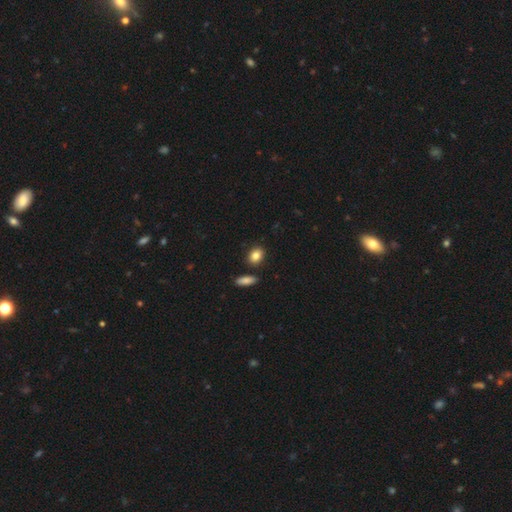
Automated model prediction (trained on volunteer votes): smooth_or_featured: smooth (p=0.84) [alt: star or artifact p=0.08]
how_rounded: in between (p=0.60) [alt: round p=0.37]
merging: none (p=0.82) [alt: minor disturbance p=0.09]